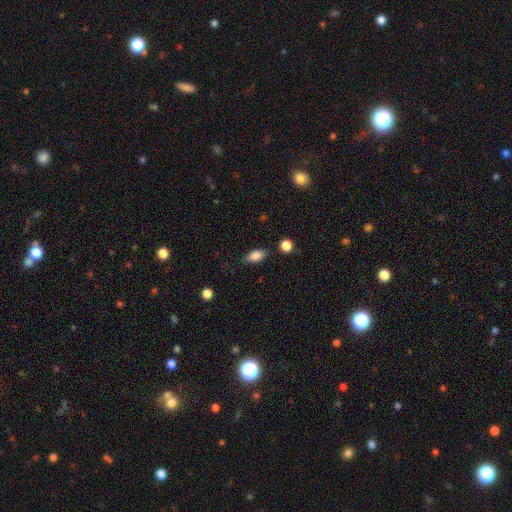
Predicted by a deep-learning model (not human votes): A smooth galaxy with no disk features (84%) that is in between round and cigar-shaped (86%).

Vote fractions:
- Smooth or featured? smooth: 84% / featured or disk: 8% / star or artifact: 8%
- How rounded? in between: 86% / cigar-shaped: 9% / round: 6%
- Merging? none: 77% / minor disturbance: 16% / major disturbance: 4% / merger: 3%